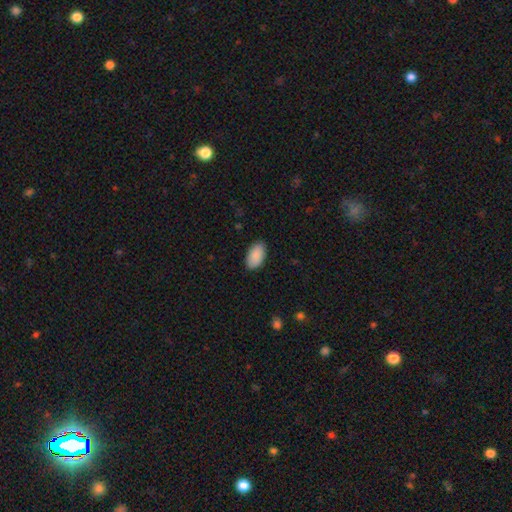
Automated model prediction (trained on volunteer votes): Smooth or featured? smooth (90%)
How rounded? in between (95%)
Merging? none (87%)